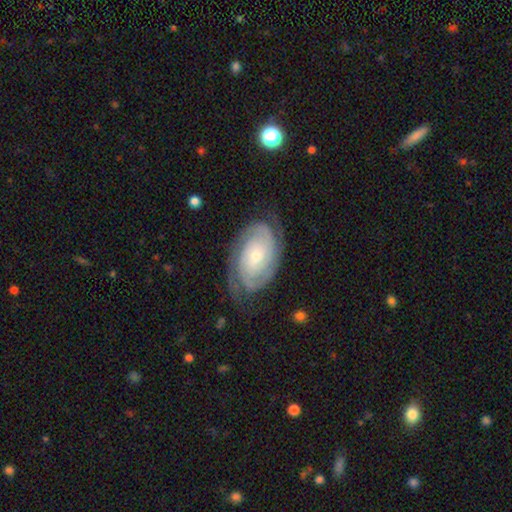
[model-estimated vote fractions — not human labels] Smooth or featured: featured or disk — 87% (smooth — 8%)
Edge-on disk: no — 96% (yes — 4%)
Bar: no — 70% (weak — 23%)
Spiral arms: yes — 97% (no — 3%)
Spiral winding: tight — 75% (medium — 21%)
Spiral arm count: 2 — 64% (can't tell — 15%)
Bulge size: small — 60% (moderate — 36%)
Merging: none — 76% (minor disturbance — 17%)